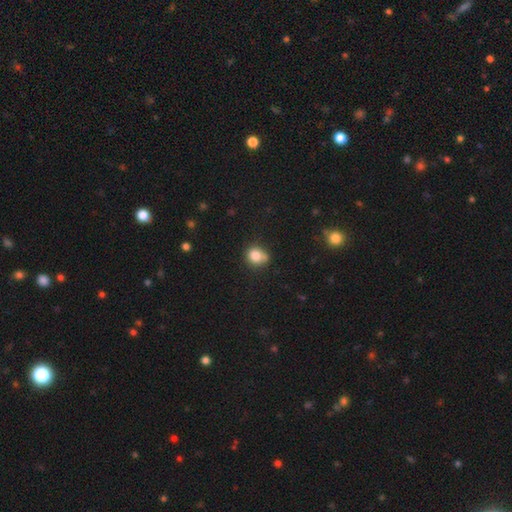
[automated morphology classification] A smooth galaxy with no disk features (82%) that is round (73%). Merging: none (58%).